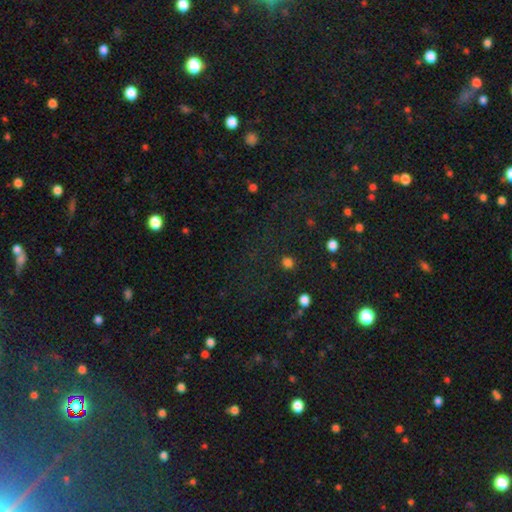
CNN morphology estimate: Overall: star or artifact (66%).